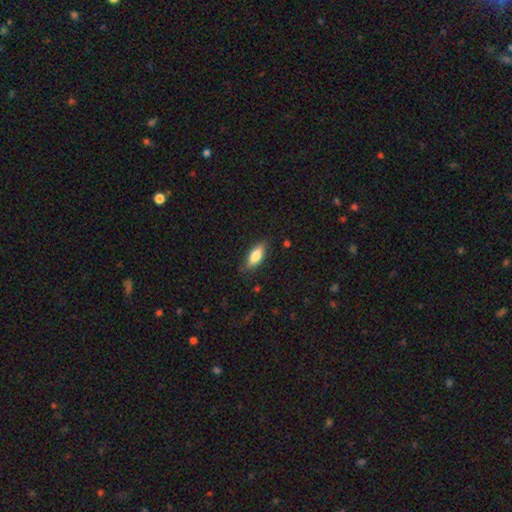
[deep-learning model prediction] This appears to be a smooth galaxy with no disk features (76%) that is in between round and cigar-shaped (75%). Merging: none (78%).